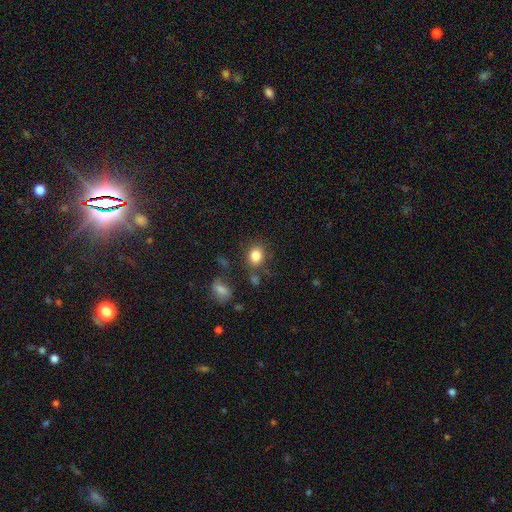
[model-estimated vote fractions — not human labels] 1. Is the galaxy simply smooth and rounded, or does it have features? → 83% smooth, 10% star or artifact, 6% featured or disk.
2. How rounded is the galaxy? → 60% round, 39% in between, 1% cigar-shaped.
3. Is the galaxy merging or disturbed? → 75% none, 14% minor disturbance, 6% merger, 5% major disturbance.